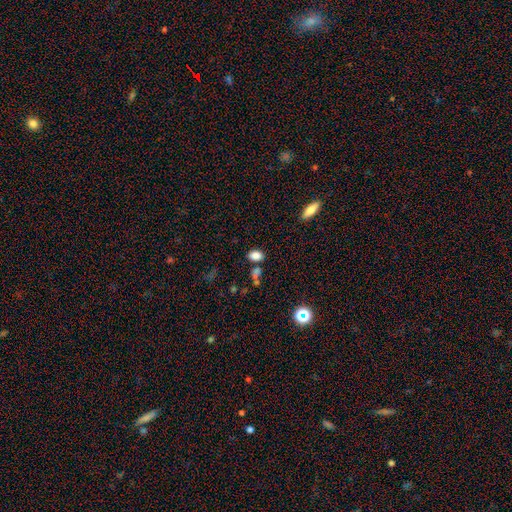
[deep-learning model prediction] This appears to be a smooth galaxy with no disk features (82%) that is in between round and cigar-shaped (78%). Merging: none (70%).